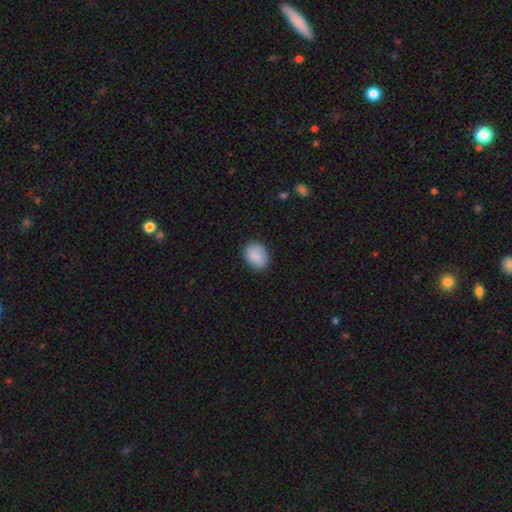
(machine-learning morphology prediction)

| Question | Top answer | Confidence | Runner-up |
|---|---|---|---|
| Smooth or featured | smooth | 88% | star or artifact (7%) |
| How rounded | in between | 65% | round (34%) |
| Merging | none | 83% | minor disturbance (13%) |